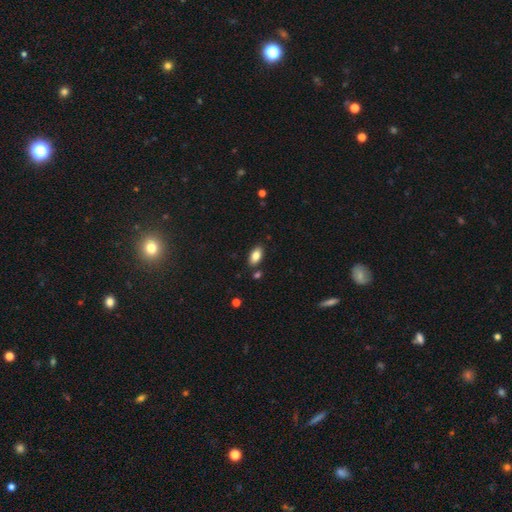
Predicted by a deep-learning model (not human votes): Q: Smooth or featured?
A: smooth (82%); runner-up: featured or disk (10%)
Q: How rounded?
A: in between (92%); runner-up: cigar-shaped (5%)
Q: Merging?
A: none (83%); runner-up: minor disturbance (10%)